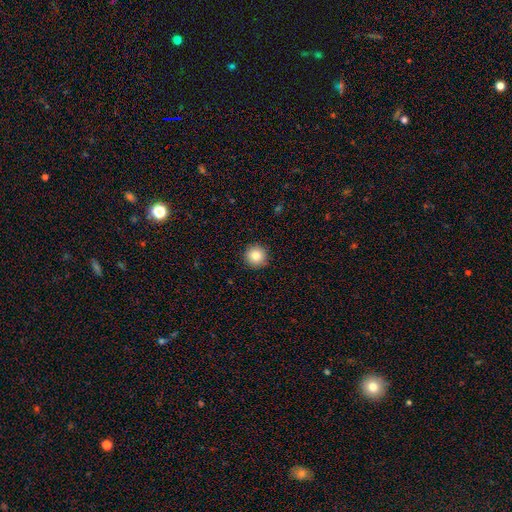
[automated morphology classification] smooth_or_featured: smooth (p=0.82) [alt: star or artifact p=0.10]
how_rounded: round (p=0.96) [alt: in between p=0.03]
merging: none (p=0.92) [alt: minor disturbance p=0.06]